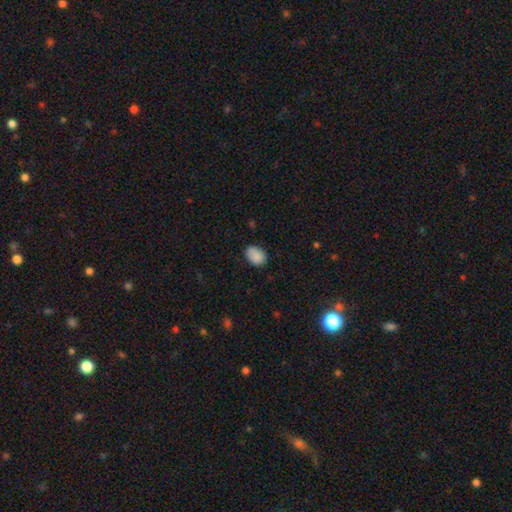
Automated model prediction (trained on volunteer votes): This is clearly a smooth galaxy (87%). How rounded: likely in between (71%). Merging: likely none (75%).